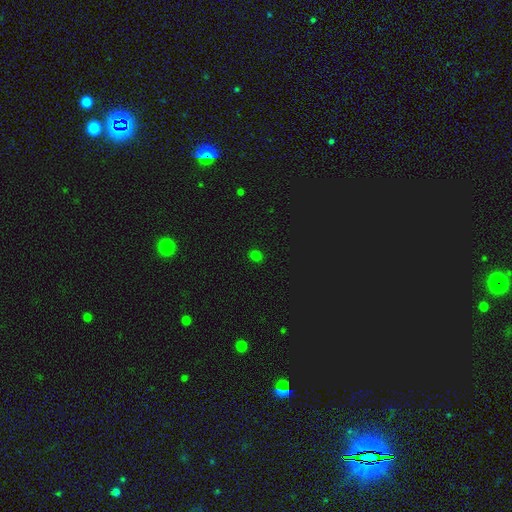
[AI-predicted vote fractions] Smooth or featured?
  - smooth: 75% *
  - star or artifact: 21%
  - featured or disk: 4%
How rounded?
  - round: 51% *
  - in between: 48%
  - cigar-shaped: 1%
Merging?
  - none: 89% *
  - minor disturbance: 8%
  - major disturbance: 2%
  - merger: 1%